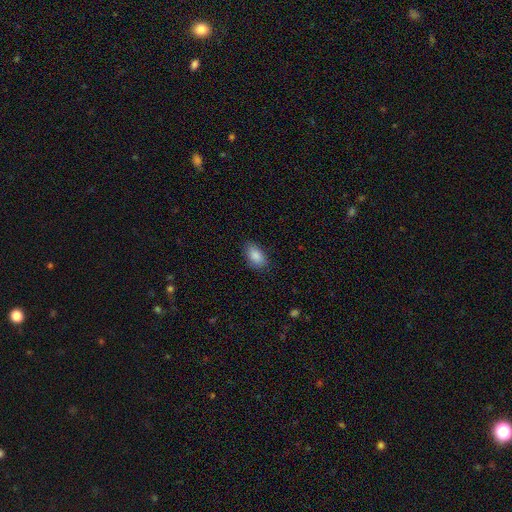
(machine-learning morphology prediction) Smooth or featured? smooth (88%)
How rounded? in between (92%)
Merging? none (84%)